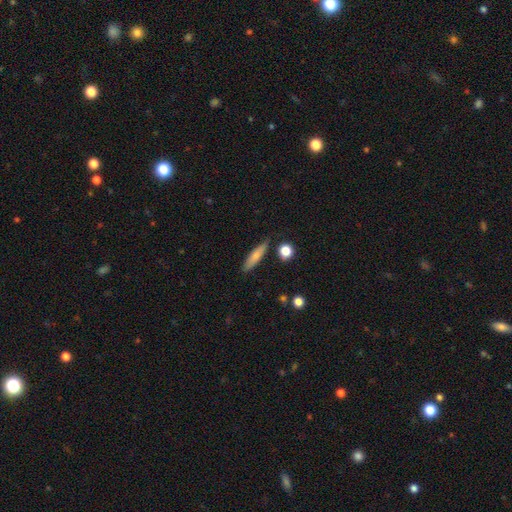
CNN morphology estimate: Smooth or featured? Predicted: smooth (p=0.72). How rounded? Predicted: cigar-shaped (p=0.78). Merging? Predicted: none (p=0.83).